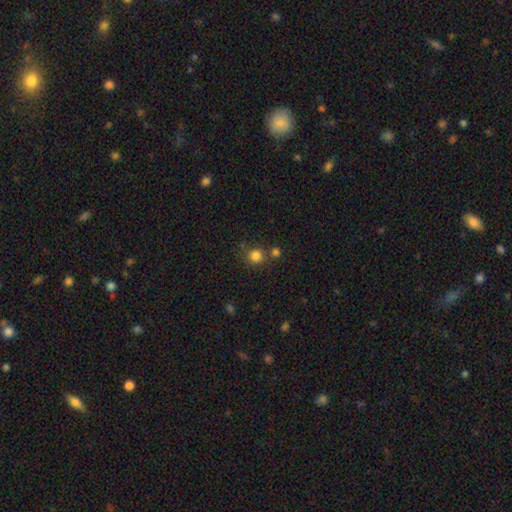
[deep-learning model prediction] Overall: smooth (82%). How rounded: round (90%). Merging: none (73%).